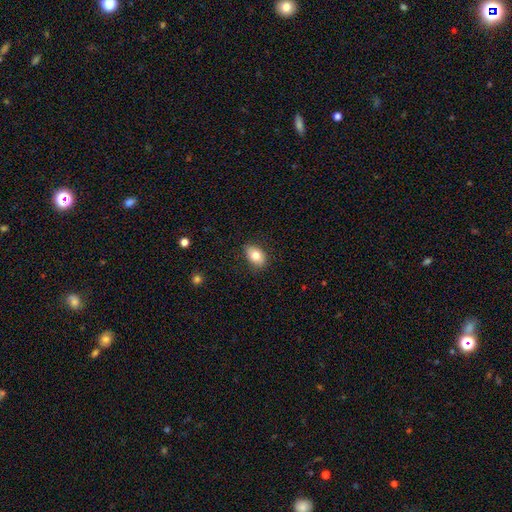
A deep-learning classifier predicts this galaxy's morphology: Overall: smooth (81%). How rounded: in between (86%). Merging: none (83%).